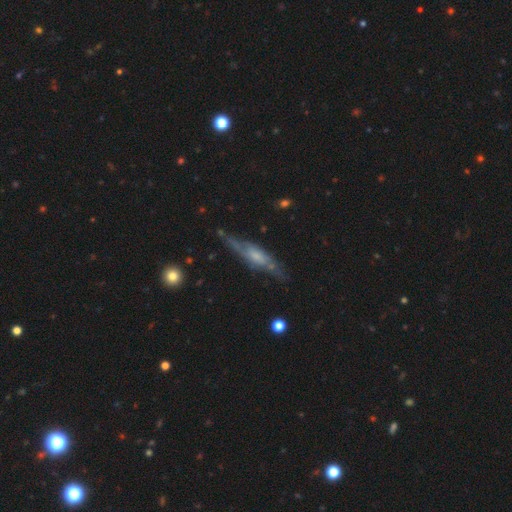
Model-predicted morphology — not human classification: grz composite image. It shows a featured or disk galaxy (70%) viewed edge-on (65%). Merging: none (64%).